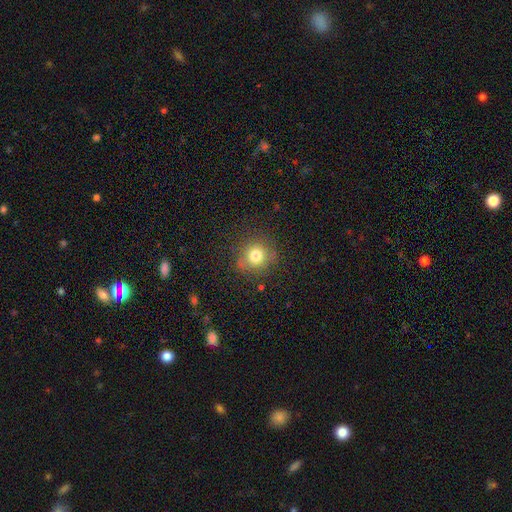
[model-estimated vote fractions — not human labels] A smooth galaxy with no disk features (76%) that is round (88%).

Vote fractions:
- Smooth or featured? smooth: 76% / star or artifact: 14% / featured or disk: 10%
- How rounded? round: 88% / in between: 11% / cigar-shaped: 1%
- Merging? none: 79% / minor disturbance: 14% / major disturbance: 5% / merger: 2%